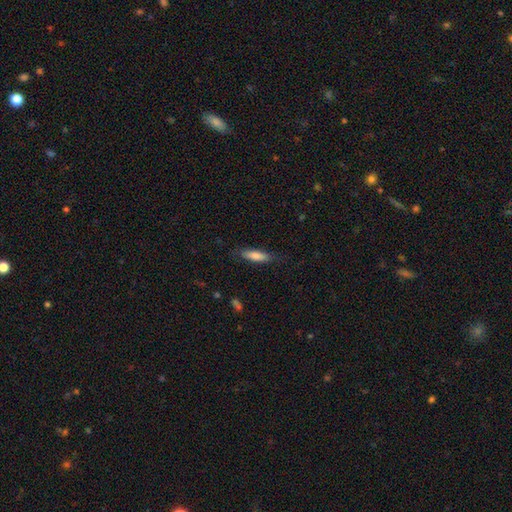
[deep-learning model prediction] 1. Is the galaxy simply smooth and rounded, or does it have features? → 77% smooth, 17% featured or disk, 7% star or artifact.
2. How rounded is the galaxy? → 65% cigar-shaped, 34% in between, 2% round.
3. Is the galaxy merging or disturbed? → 80% none, 15% minor disturbance, 4% major disturbance, 1% merger.